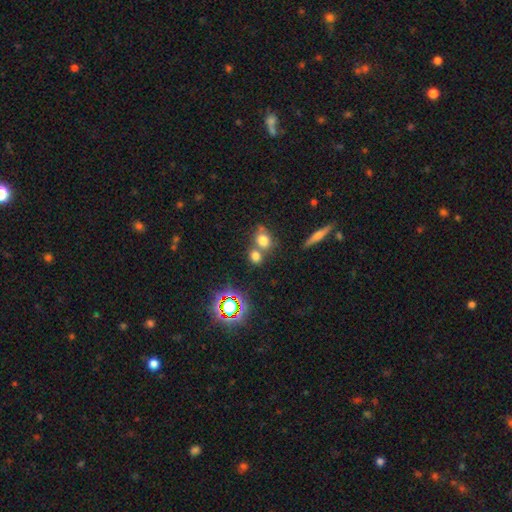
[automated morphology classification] This is likely a smooth galaxy (70%). How rounded: possibly round (58%). Merging: possibly none (47%).